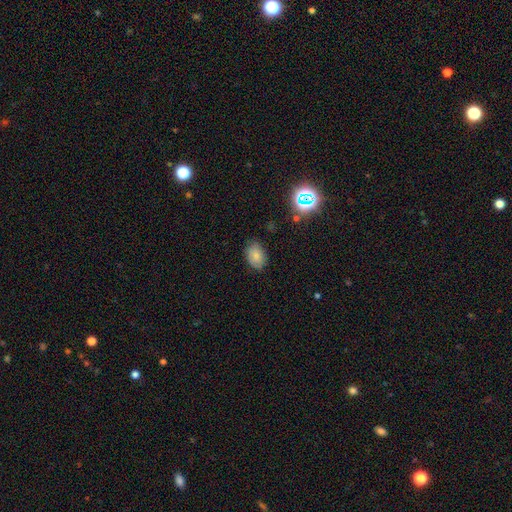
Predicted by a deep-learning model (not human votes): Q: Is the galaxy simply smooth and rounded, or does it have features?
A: smooth — 76%.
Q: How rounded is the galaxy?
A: in between — 84%.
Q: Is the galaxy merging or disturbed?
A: none — 77%.